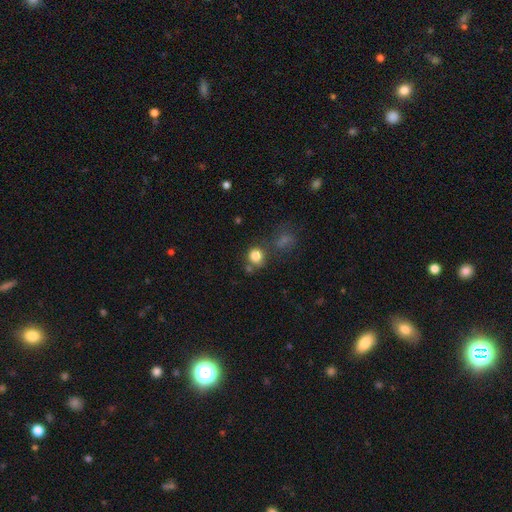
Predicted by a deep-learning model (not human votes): This is clearly a smooth galaxy (82%). How rounded: clearly round (84%). Merging: likely none (64%).